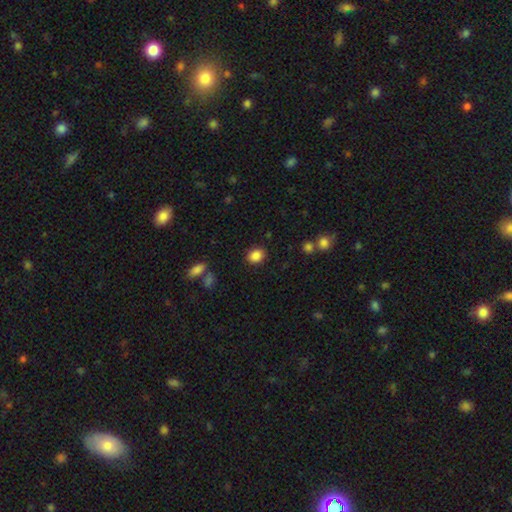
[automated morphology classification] smooth 86%, star or artifact 9%, featured or disk 4%. Down the decision tree: how rounded — in between (51%); merging — none (86%).